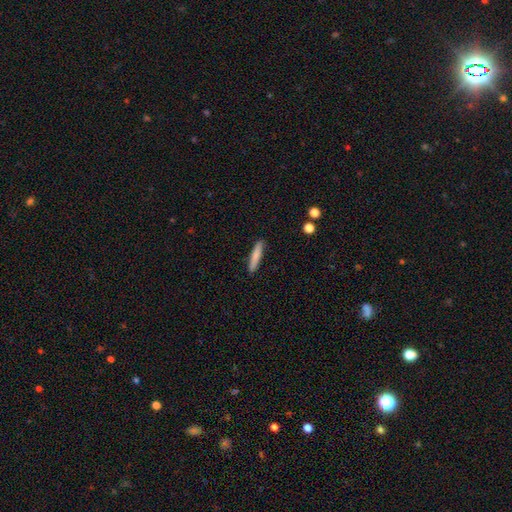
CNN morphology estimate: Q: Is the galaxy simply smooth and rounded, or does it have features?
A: smooth — 79%.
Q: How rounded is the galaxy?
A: cigar-shaped — 90%.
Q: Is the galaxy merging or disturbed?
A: none — 89%.